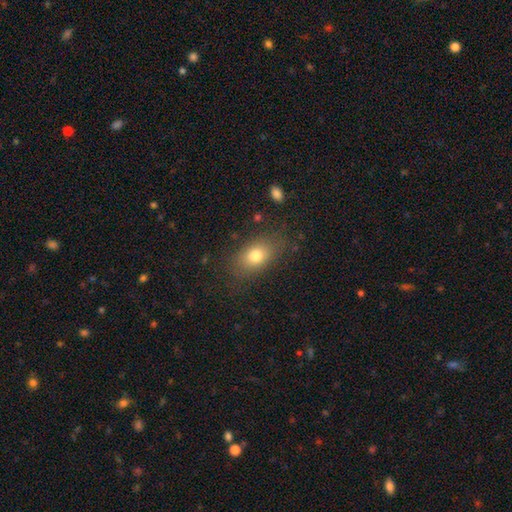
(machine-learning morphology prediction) type=smooth (77%); roundness=in between (79%); merging=none (79%).